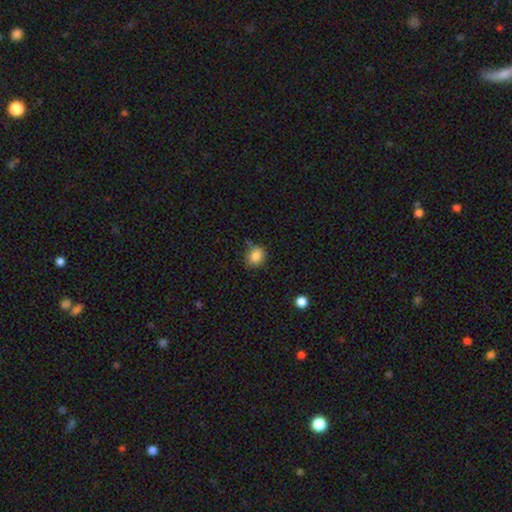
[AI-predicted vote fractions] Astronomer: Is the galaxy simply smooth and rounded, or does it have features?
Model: smooth — 84%.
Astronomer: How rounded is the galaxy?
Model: round — 55% (runner-up: in between, 44%).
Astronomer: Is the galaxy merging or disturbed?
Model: none — 68%.